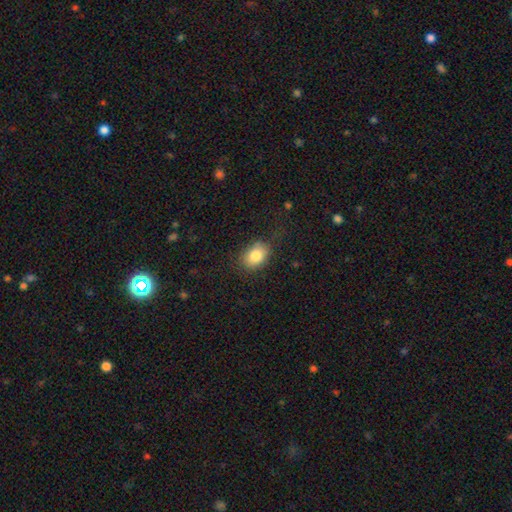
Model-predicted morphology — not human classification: smooth 84%, star or artifact 8%, featured or disk 8%. Down the decision tree: how rounded — in between (74%); merging — none (76%).